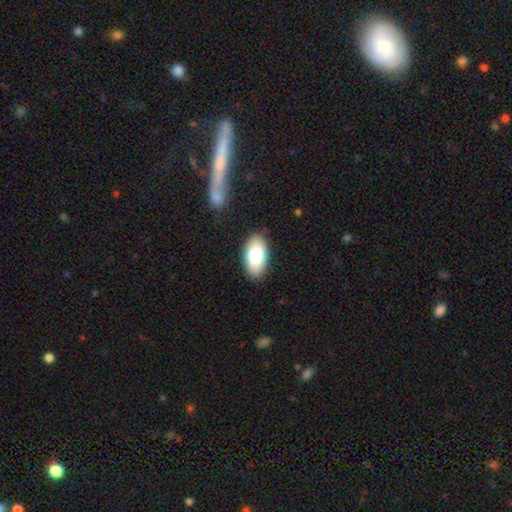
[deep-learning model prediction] Smooth or featured? Predicted: smooth (p=0.80). How rounded? Predicted: in between (p=0.94). Merging? Predicted: none (p=0.88).